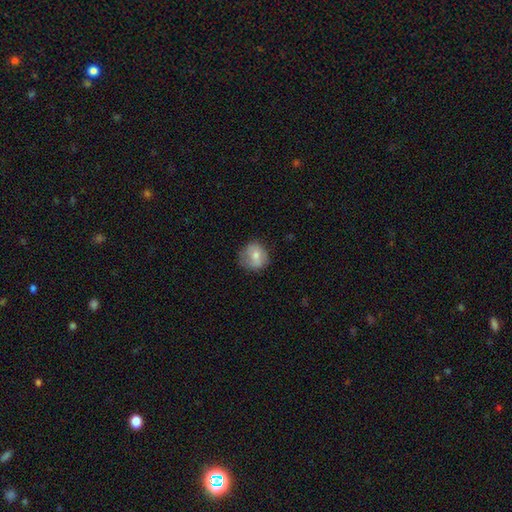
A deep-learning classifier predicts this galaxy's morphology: Q: Smooth or featured?
A: smooth (71%); runner-up: featured or disk (21%)
Q: How rounded?
A: round (80%); runner-up: in between (19%)
Q: Merging?
A: none (71%); runner-up: minor disturbance (21%)